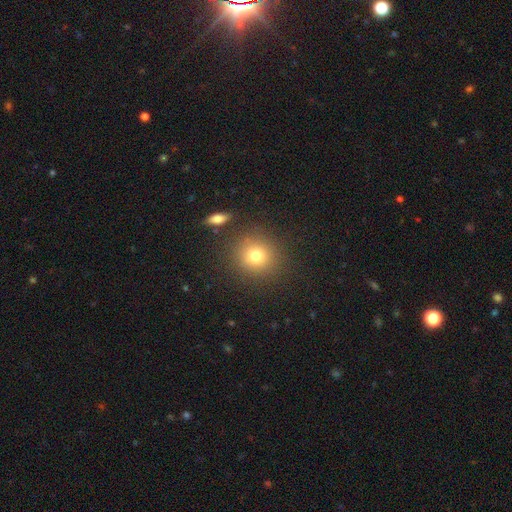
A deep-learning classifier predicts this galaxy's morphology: Smooth or featured? smooth (77%)
How rounded? round (88%)
Merging? none (85%)